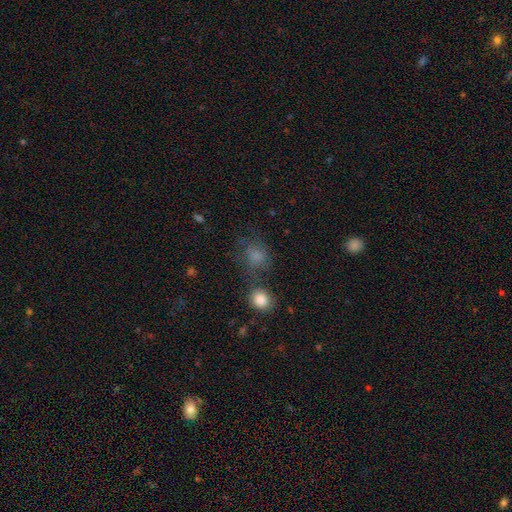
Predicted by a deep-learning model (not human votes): Smooth or featured? smooth (76%)
How rounded? round (71%)
Merging? none (54%)